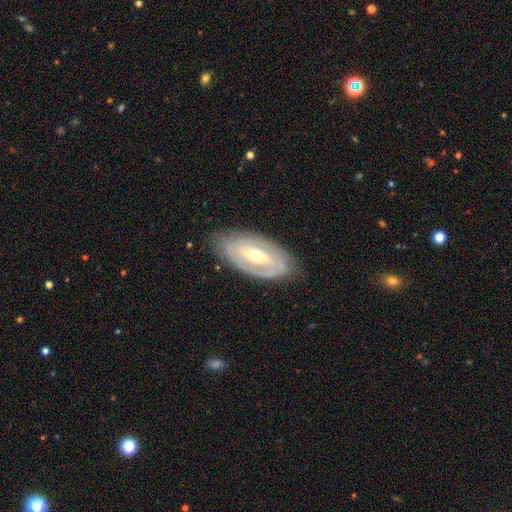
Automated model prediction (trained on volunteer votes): The model was most divided on "bar": weak: 36%, no: 33%, strong: 31%. More confident: edge-on disk — no (91%); smooth or featured — featured or disk (80%); merging — none (79%); spiral arms — yes (75%); spiral winding — tight (63%); spiral arm count — 2 (56%); bulge size — moderate (53%).